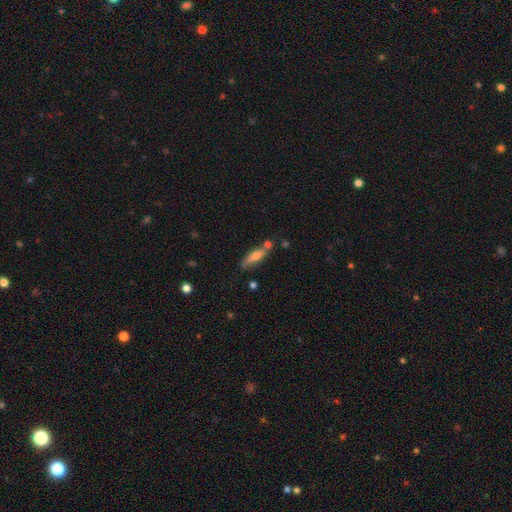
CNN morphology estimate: smooth_or_featured: smooth (p=0.66) [alt: featured or disk p=0.27]
how_rounded: cigar-shaped (p=0.58) [alt: in between p=0.40]
merging: none (p=0.62) [alt: minor disturbance p=0.18]